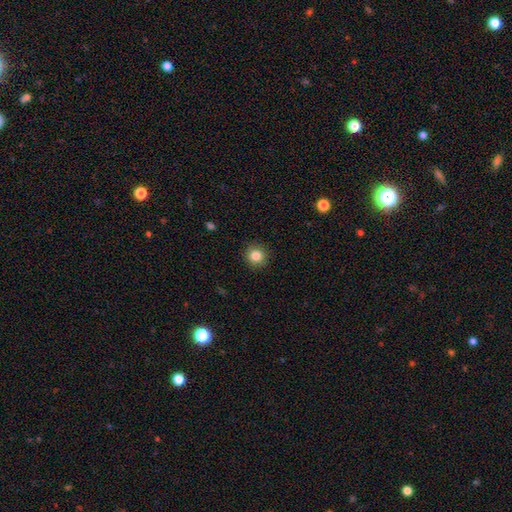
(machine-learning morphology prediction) A smooth galaxy with no disk features (84%) that is round (92%). Merging: none (91%).